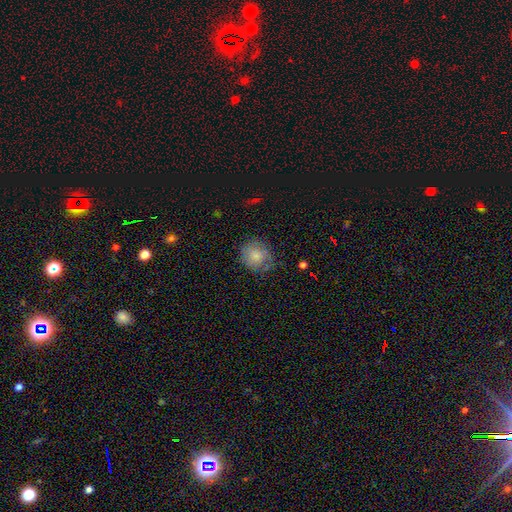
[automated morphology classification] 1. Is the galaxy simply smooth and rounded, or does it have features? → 71% smooth, 21% featured or disk, 8% star or artifact.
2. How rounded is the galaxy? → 80% round, 19% in between, 1% cigar-shaped.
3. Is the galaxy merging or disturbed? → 63% none, 26% minor disturbance, 9% major disturbance, 1% merger.